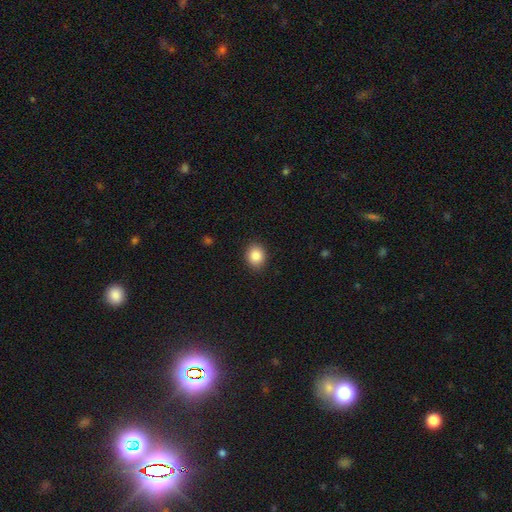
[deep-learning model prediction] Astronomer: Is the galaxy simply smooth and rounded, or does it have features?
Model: smooth — 87%.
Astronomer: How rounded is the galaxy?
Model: round — 62% (runner-up: in between, 37%).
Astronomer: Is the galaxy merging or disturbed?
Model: none — 90%.